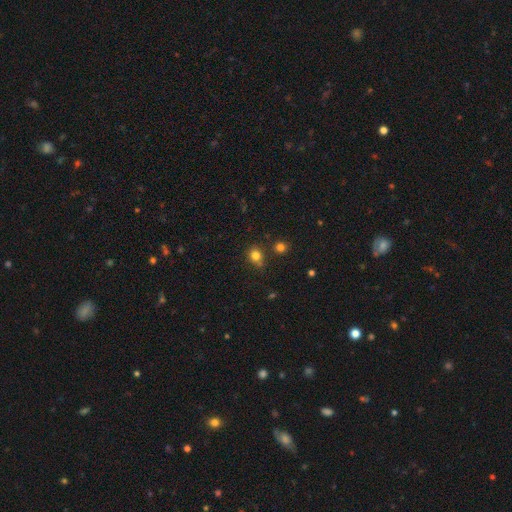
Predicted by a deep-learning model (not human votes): A smooth galaxy with no disk features (80%) that is round (75%). Merging: none (69%).